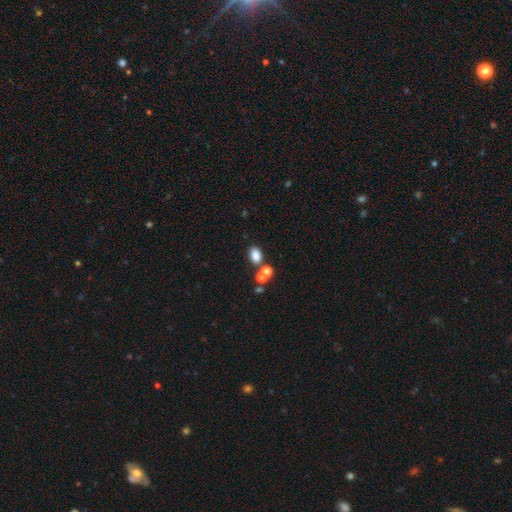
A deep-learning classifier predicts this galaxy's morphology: Smooth or featured? smooth (80%)
How rounded? in between (79%)
Merging? none (64%)